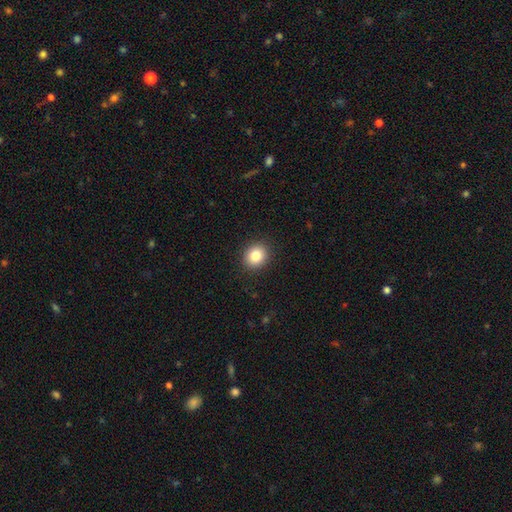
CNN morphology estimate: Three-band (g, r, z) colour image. It shows a smooth galaxy with no disk features (84%) that is round (70%). Merging: none (91%).